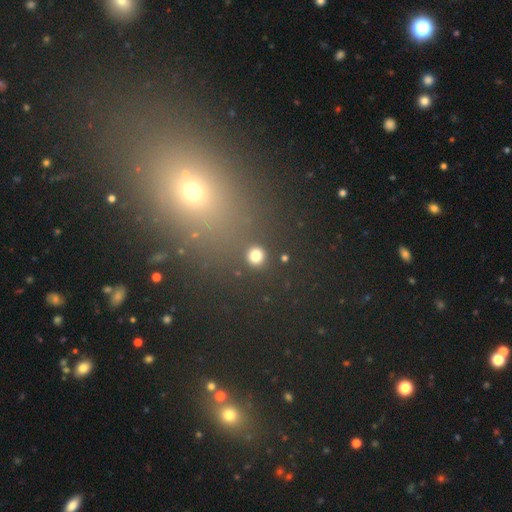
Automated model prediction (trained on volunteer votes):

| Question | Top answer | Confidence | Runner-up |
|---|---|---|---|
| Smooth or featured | smooth | 81% | star or artifact (14%) |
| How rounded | round | 88% | in between (10%) |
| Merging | none | 90% | minor disturbance (5%) |